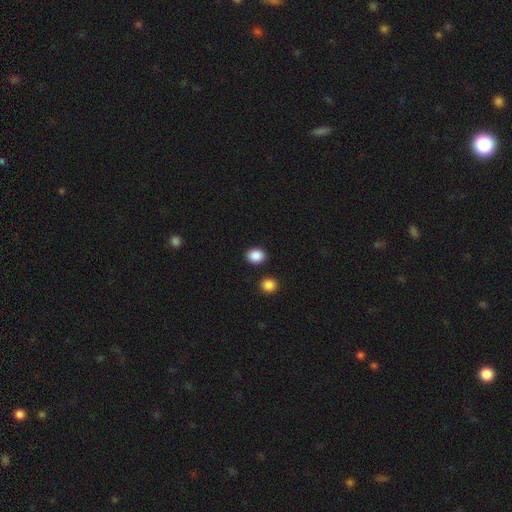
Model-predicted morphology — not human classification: Smooth or featured?
  - smooth: 88% *
  - star or artifact: 9%
  - featured or disk: 3%
How rounded?
  - round: 54% *
  - in between: 45%
  - cigar-shaped: 1%
Merging?
  - none: 87% *
  - minor disturbance: 7%
  - merger: 4%
  - major disturbance: 2%